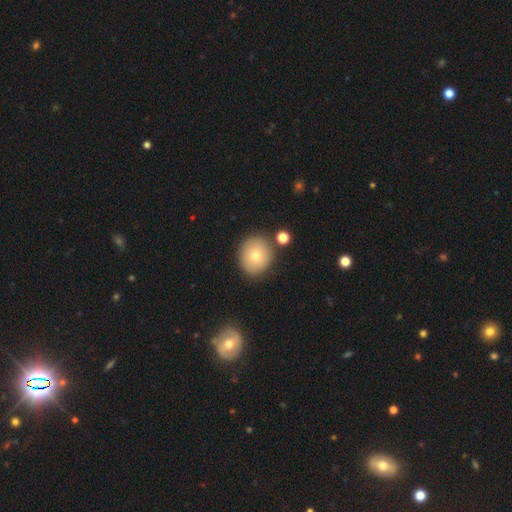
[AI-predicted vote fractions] Smooth or featured: smooth — 77% (featured or disk — 14%)
How rounded: round — 85% (in between — 15%)
Merging: none — 81% (minor disturbance — 10%)